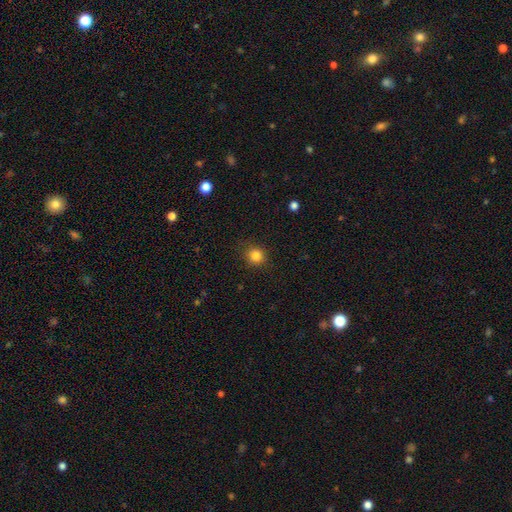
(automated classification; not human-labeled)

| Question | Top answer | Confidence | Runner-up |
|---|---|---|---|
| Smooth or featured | smooth | 84% | star or artifact (12%) |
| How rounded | round | 90% | in between (10%) |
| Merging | none | 88% | minor disturbance (8%) |